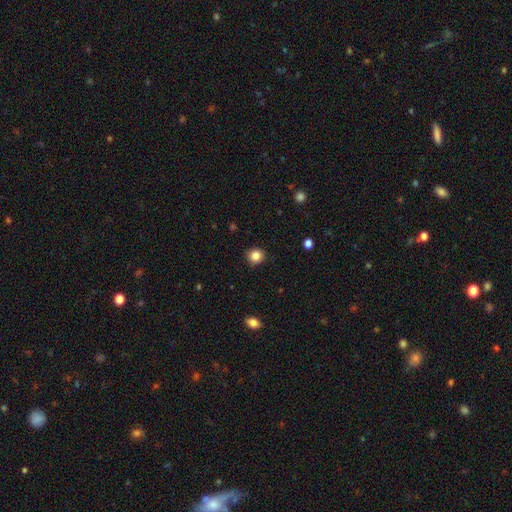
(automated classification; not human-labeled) smooth 85%, star or artifact 11%, featured or disk 5%. Down the decision tree: how rounded — round (87%); merging — none (89%).